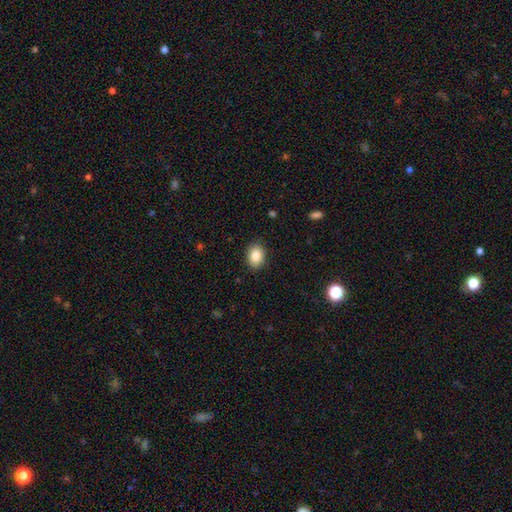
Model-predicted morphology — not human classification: A smooth galaxy with no disk features (86%) that is in between round and cigar-shaped (69%).

Vote fractions:
- Smooth or featured? smooth: 86% / star or artifact: 8% / featured or disk: 6%
- How rounded? in between: 69% / round: 30% / cigar-shaped: 1%
- Merging? none: 88% / minor disturbance: 8% / major disturbance: 2% / merger: 1%